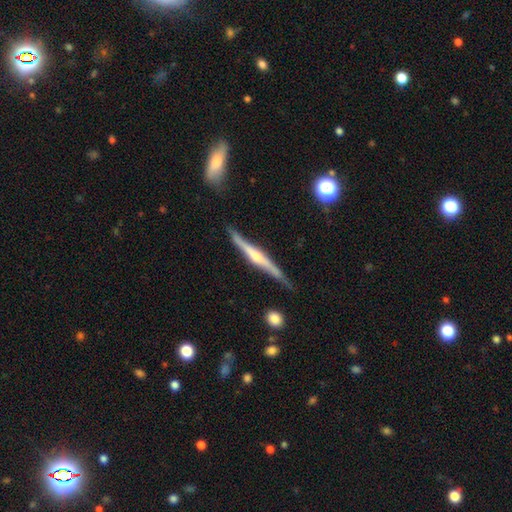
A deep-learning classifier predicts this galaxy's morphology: A featured or disk galaxy (80%) viewed edge-on (97%) with a rounded central bulge (81%). Merging: none (80%).